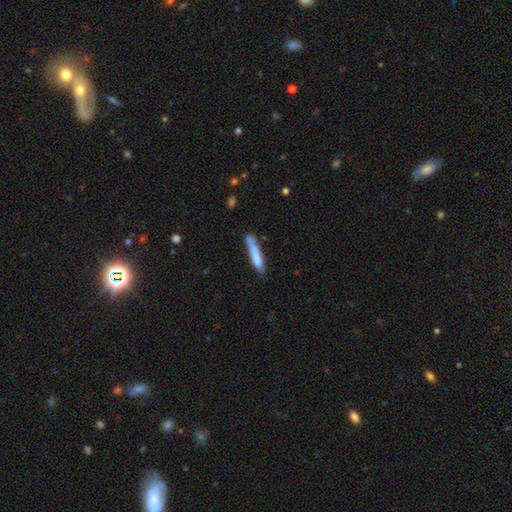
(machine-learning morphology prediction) A smooth galaxy with no disk features (74%) that is cigar-shaped (91%).

Vote fractions:
- Smooth or featured? smooth: 74% / featured or disk: 20% / star or artifact: 6%
- How rounded? cigar-shaped: 91% / in between: 8% / round: 1%
- Merging? none: 61% / minor disturbance: 24% / merger: 9% / major disturbance: 6%